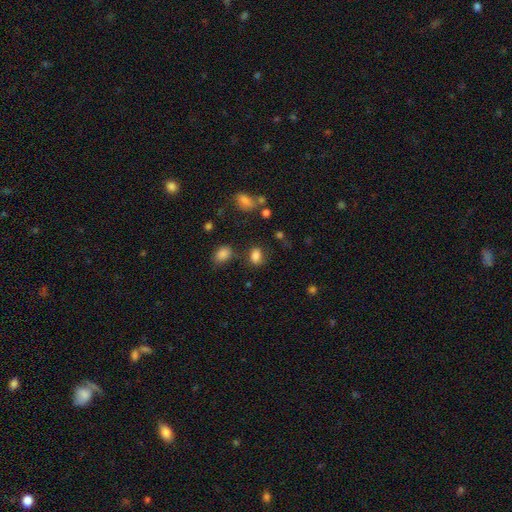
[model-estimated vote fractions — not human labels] Q: Smooth or featured?
A: smooth (82%); runner-up: star or artifact (12%)
Q: How rounded?
A: in between (74%); runner-up: round (24%)
Q: Merging?
A: none (70%); runner-up: minor disturbance (16%)